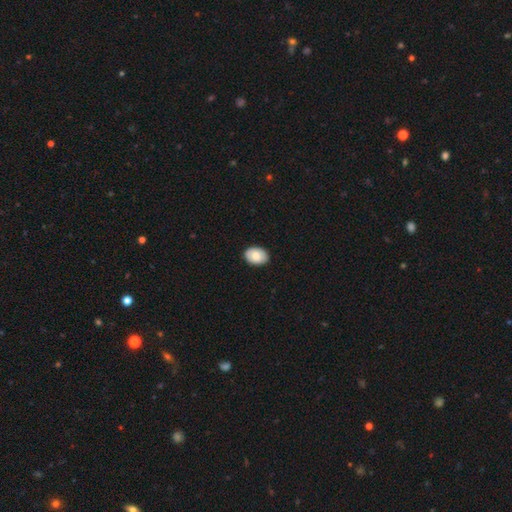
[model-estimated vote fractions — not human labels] Smooth or featured? smooth (78%)
How rounded? in between (79%)
Merging? none (88%)